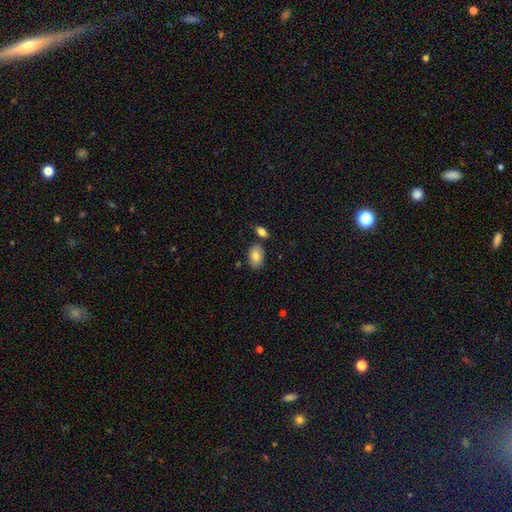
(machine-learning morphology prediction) smooth_or_featured: smooth (p=0.82) [alt: featured or disk p=0.12]
how_rounded: in between (p=0.87) [alt: round p=0.12]
merging: none (p=0.76) [alt: minor disturbance p=0.12]